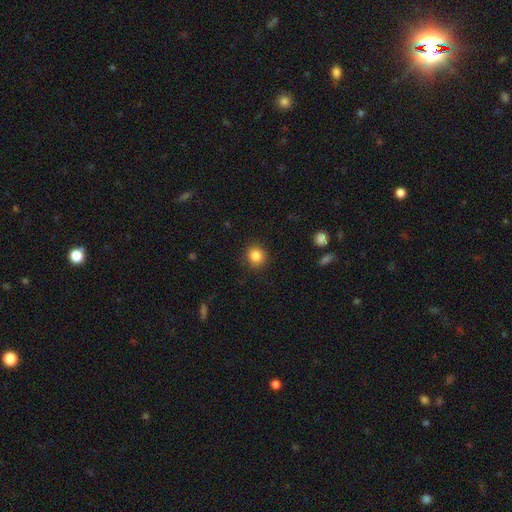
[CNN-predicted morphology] smooth_or_featured: smooth (p=0.86) [alt: star or artifact p=0.10]
how_rounded: round (p=0.85) [alt: in between p=0.14]
merging: none (p=0.89) [alt: minor disturbance p=0.08]